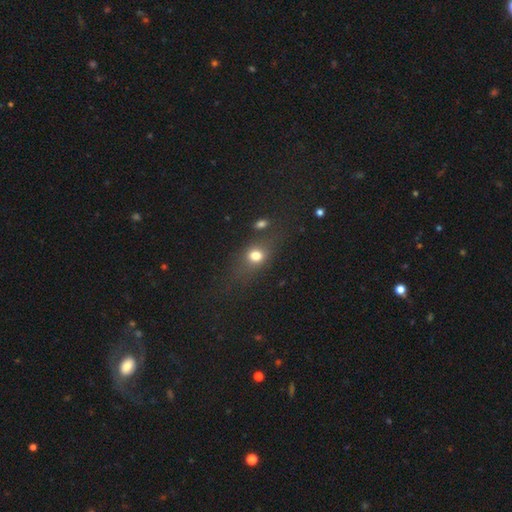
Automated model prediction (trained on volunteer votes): This appears to be a smooth galaxy with no disk features (69%) that is in between round and cigar-shaped (48%). Merging: none (61%).